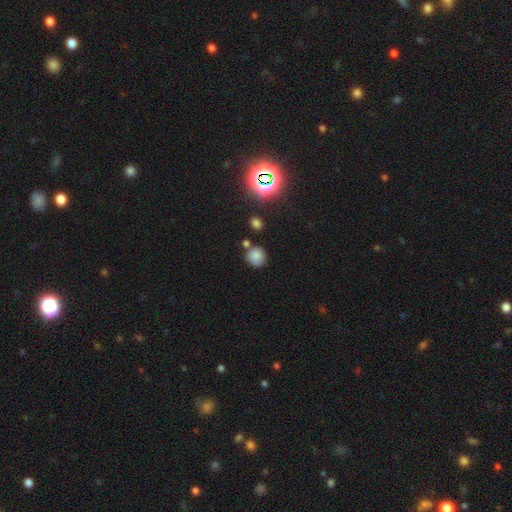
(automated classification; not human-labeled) Smooth or featured: smooth — 75% (star or artifact — 15%)
How rounded: round — 87% (in between — 12%)
Merging: none — 70% (minor disturbance — 14%)